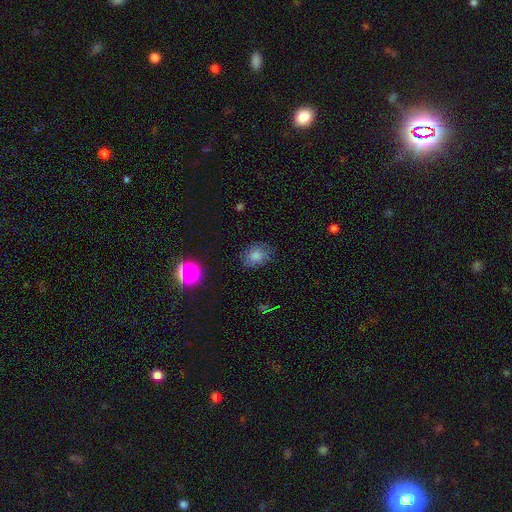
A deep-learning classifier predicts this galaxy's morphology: Overall: smooth (79%). How rounded: in between (55%; round 44%). Merging: none (77%).